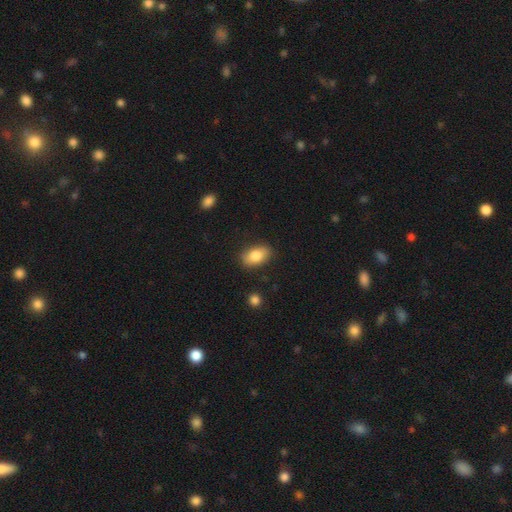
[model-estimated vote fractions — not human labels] Smooth or featured? Predicted: smooth (p=0.82). How rounded? Predicted: in between (p=0.89). Merging? Predicted: none (p=0.84).